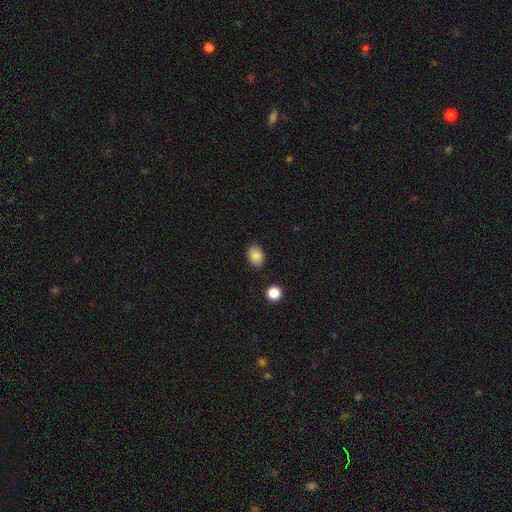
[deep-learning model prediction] Q: Smooth or featured?
A: smooth (87%); runner-up: star or artifact (9%)
Q: How rounded?
A: in between (72%); runner-up: round (27%)
Q: Merging?
A: none (86%); runner-up: minor disturbance (10%)